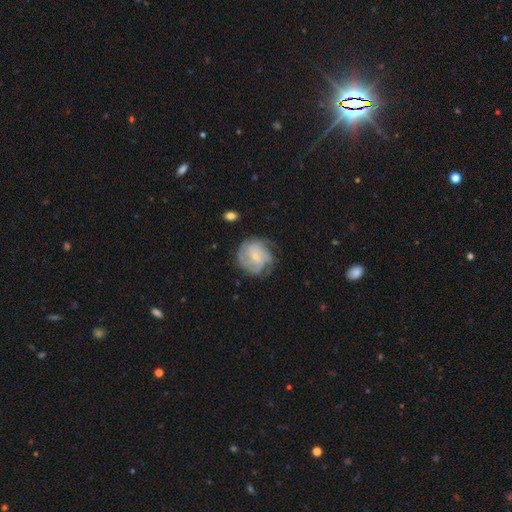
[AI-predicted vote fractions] This appears to be a featured or disk galaxy (82%) with no bar (52%), 3 (31%) tight (59%) spiral arms (96%) and a small central bulge (73%). Merging: none (72%).